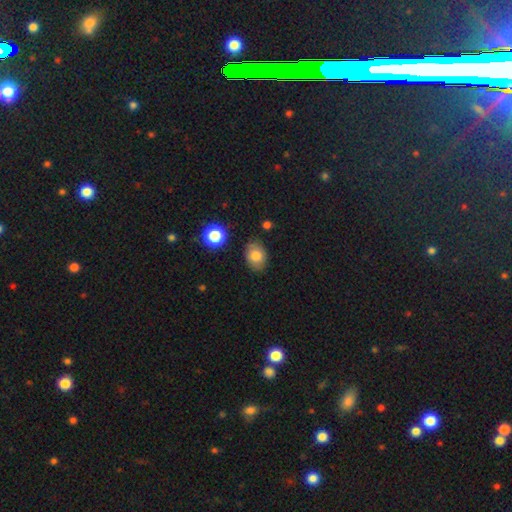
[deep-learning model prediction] smooth 81%, featured or disk 10%, star or artifact 9%. Down the decision tree: how rounded — in between (69%); merging — none (83%).